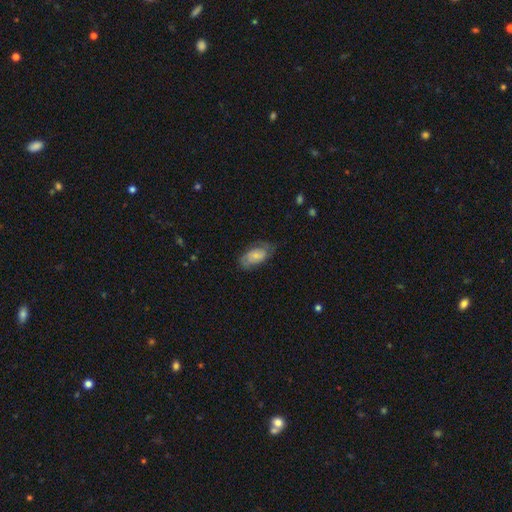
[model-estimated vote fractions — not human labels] Smooth or featured? Predicted: smooth (p=0.60). How rounded? Predicted: in between (p=0.92). Merging? Predicted: none (p=0.62).